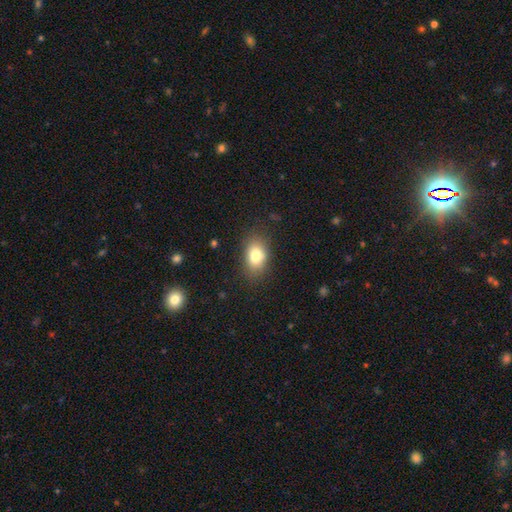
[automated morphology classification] smooth-or-featured: smooth: 79% | featured or disk: 11% | star or artifact: 10%
  how-rounded: in between: 82% | round: 16% | cigar-shaped: 2%
  merging: none: 82% | minor disturbance: 13% | major disturbance: 4% | merger: 1%